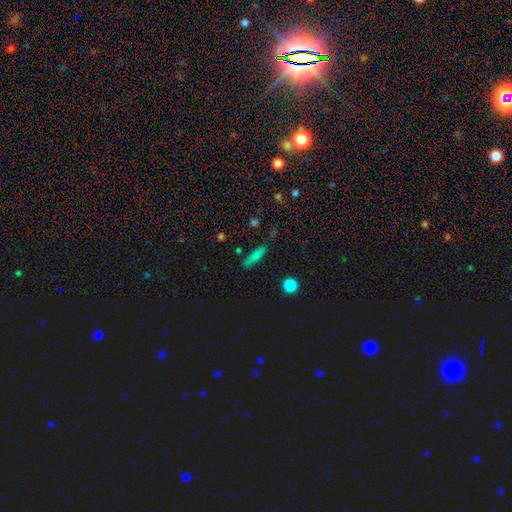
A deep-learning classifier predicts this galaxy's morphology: smooth-or-featured: smooth: 77% | featured or disk: 13% | star or artifact: 10%
  how-rounded: cigar-shaped: 77% | in between: 20% | round: 3%
  merging: none: 82% | minor disturbance: 12% | major disturbance: 3% | merger: 3%